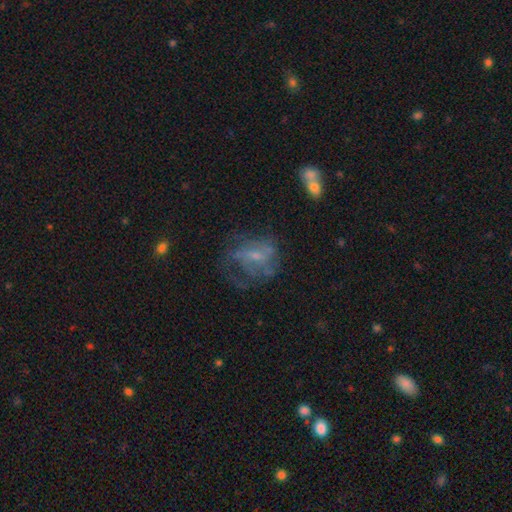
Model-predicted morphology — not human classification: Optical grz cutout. It shows a featured or disk galaxy (61%) with no bar (49%), spiral arms (59%) and a small central bulge (58%). Merging: none (41%).